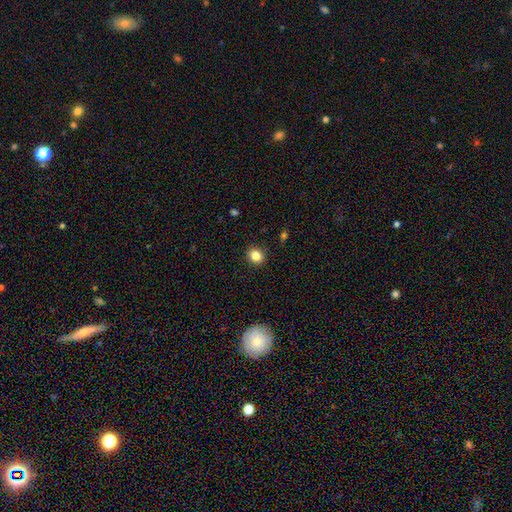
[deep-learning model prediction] Morphology: type=smooth (83%); roundness=round (68%); merging=none (90%).